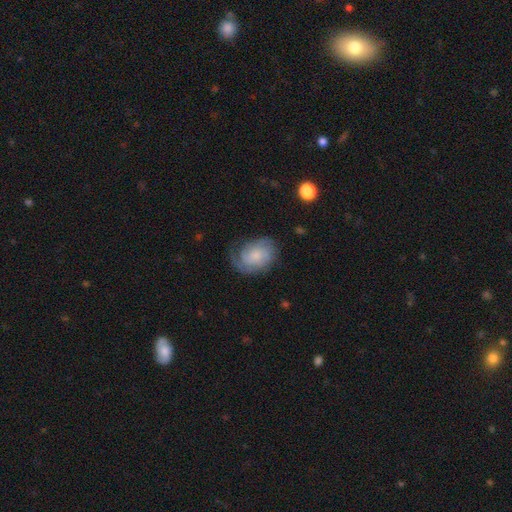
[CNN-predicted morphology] The model was most divided on "spiral arm count": can't tell: 32%, 2: 31%, 3: 15%, 1: 14%, 4: 5%, more than 4: 4%. Remaining: edge-on disk — no (97%); spiral arms — yes (92%); bar — no (73%); smooth or featured — featured or disk (66%); merging — none (63%); spiral winding — tight (51%); bulge size — small (48%).